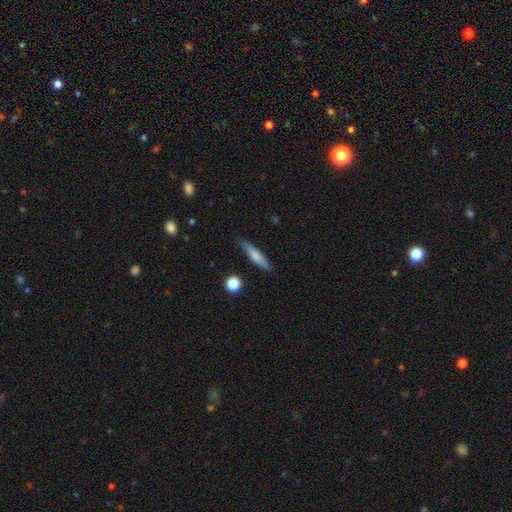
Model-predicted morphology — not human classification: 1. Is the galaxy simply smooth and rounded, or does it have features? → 71% smooth, 22% featured or disk, 7% star or artifact.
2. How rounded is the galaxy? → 85% cigar-shaped, 13% in between, 2% round.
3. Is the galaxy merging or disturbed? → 84% none, 11% minor disturbance, 2% major disturbance, 2% merger.